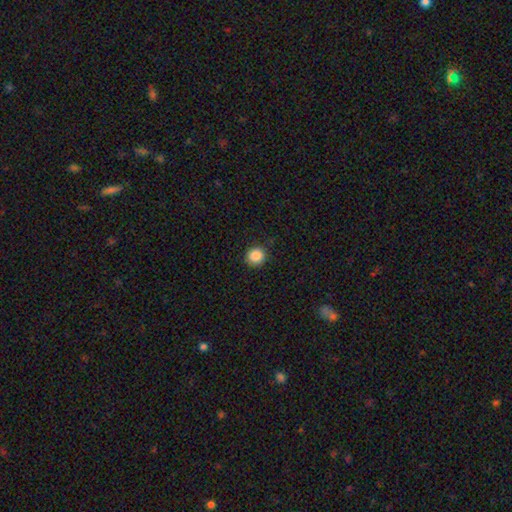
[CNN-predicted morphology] This is clearly a smooth galaxy (88%). How rounded: clearly round (92%). Merging: clearly none (90%).